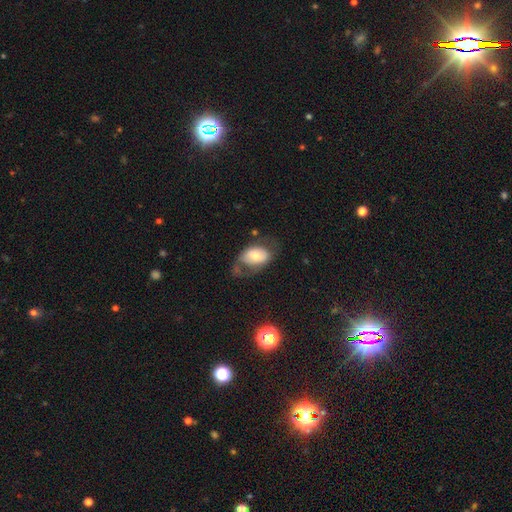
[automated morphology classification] Smooth or featured? Predicted: smooth (p=0.51). How rounded? Predicted: in between (p=0.85). Merging? Predicted: none (p=0.42).